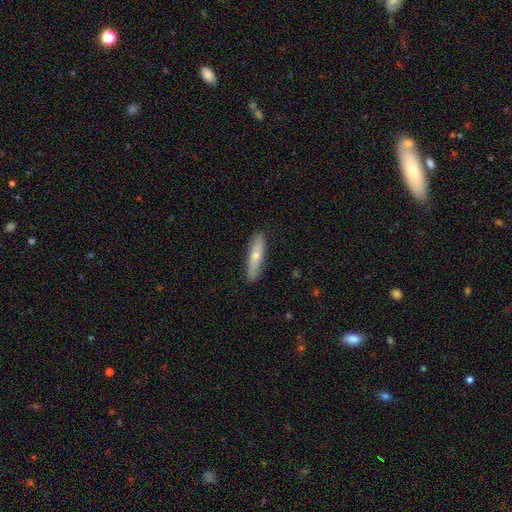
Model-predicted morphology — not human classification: smooth_or_featured: smooth (p=0.64) [alt: featured or disk p=0.30]
how_rounded: cigar-shaped (p=0.78) [alt: in between p=0.20]
merging: none (p=0.88) [alt: minor disturbance p=0.09]